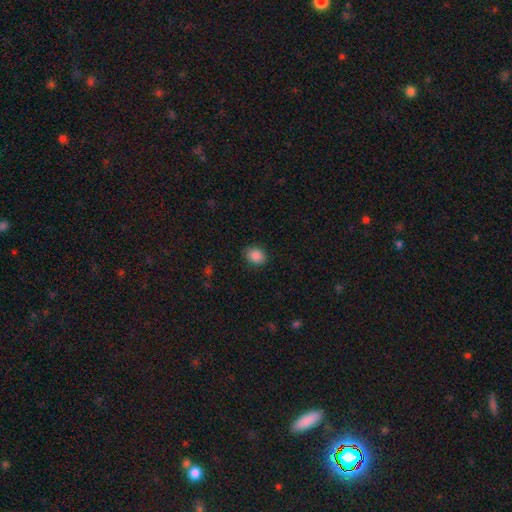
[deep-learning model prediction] smooth 88%, star or artifact 9%, featured or disk 3%. Down the decision tree: how rounded — in between (54%); merging — none (88%).